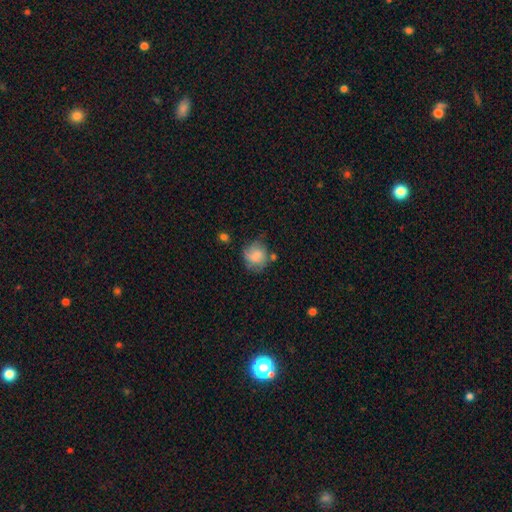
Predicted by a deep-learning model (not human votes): smooth_or_featured: smooth (p=0.70) [alt: featured or disk p=0.21]
how_rounded: round (p=0.73) [alt: in between p=0.26]
merging: none (p=0.51) [alt: minor disturbance p=0.30]